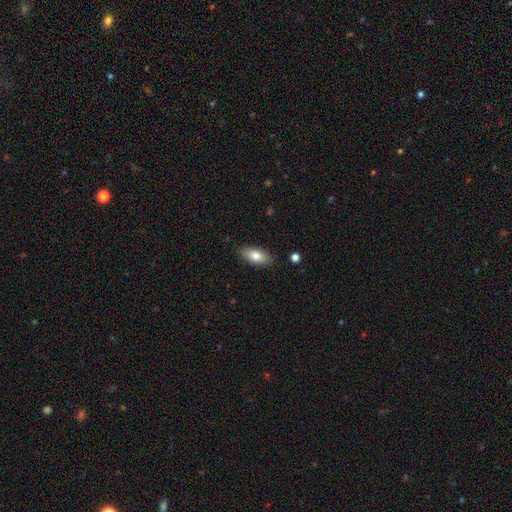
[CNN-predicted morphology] smooth 78%, featured or disk 15%, star or artifact 7%. Down the decision tree: how rounded — in between (86%); merging — none (87%).